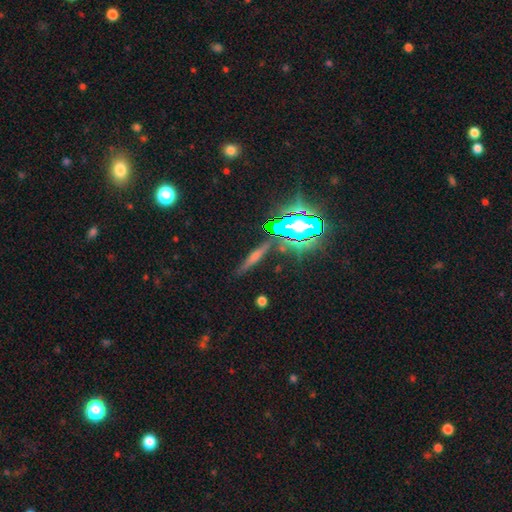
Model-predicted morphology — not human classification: Smooth or featured? Predicted: featured or disk (p=0.42). Merging? Predicted: none (p=0.83).